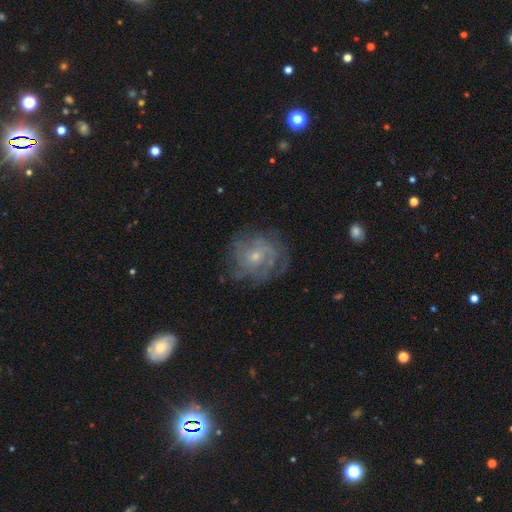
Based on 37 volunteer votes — A featured or disk galaxy (84%) with no bar (80%), tight (64%) spiral arms (93%) and a small central bulge (80%). Merging: none (69%).